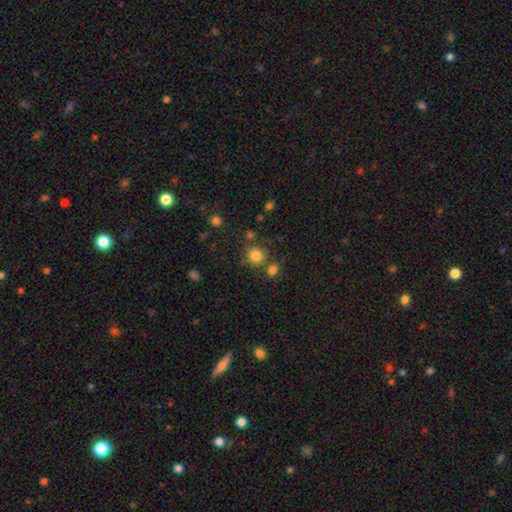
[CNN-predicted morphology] This is clearly a smooth galaxy (82%). How rounded: clearly round (89%). Merging: likely none (72%).